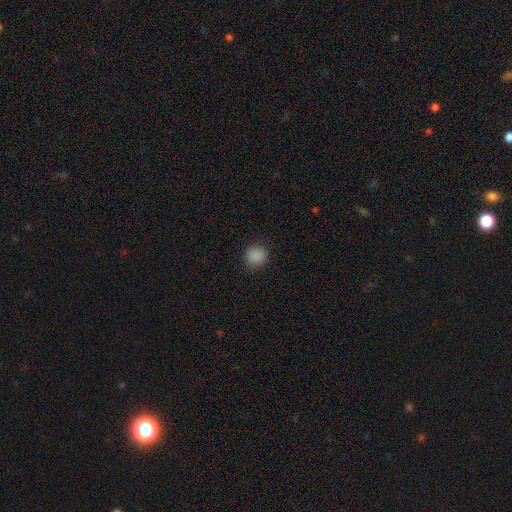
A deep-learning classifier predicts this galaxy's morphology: Smooth or featured? Predicted: smooth (p=0.87). How rounded? Predicted: round (p=0.91). Merging? Predicted: none (p=0.90).